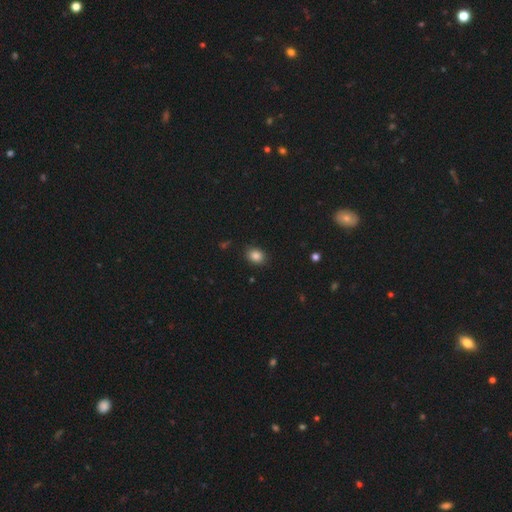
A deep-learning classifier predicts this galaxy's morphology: Q: Smooth or featured?
A: smooth (85%); runner-up: star or artifact (11%)
Q: How rounded?
A: in between (53%); runner-up: round (46%)
Q: Merging?
A: none (88%); runner-up: minor disturbance (9%)